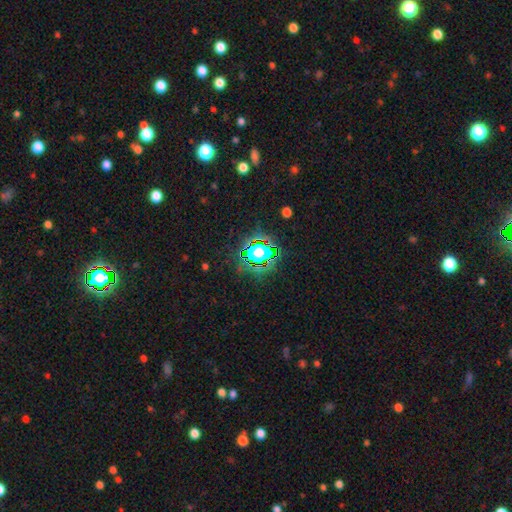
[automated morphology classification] A star or artifact, not a galaxy (63%).

Vote fractions:
- Smooth or featured? star or artifact: 63% / smooth: 26% / featured or disk: 11%